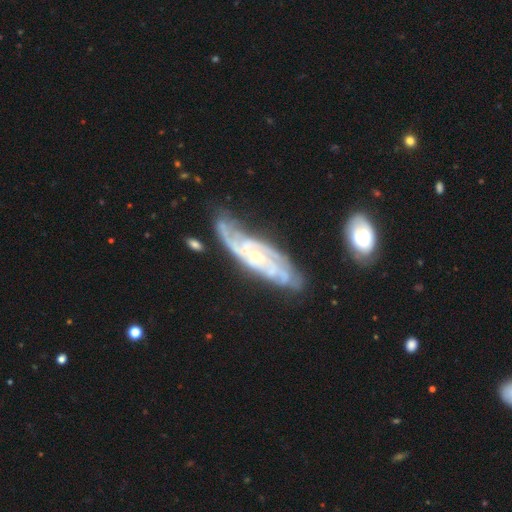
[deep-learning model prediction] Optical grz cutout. It shows a featured or disk galaxy (89%) with no bar (60%), 3 (27%, tied with 2) tight (59%) spiral arms (97%) and a small central bulge (67%). Merging: none (62%).